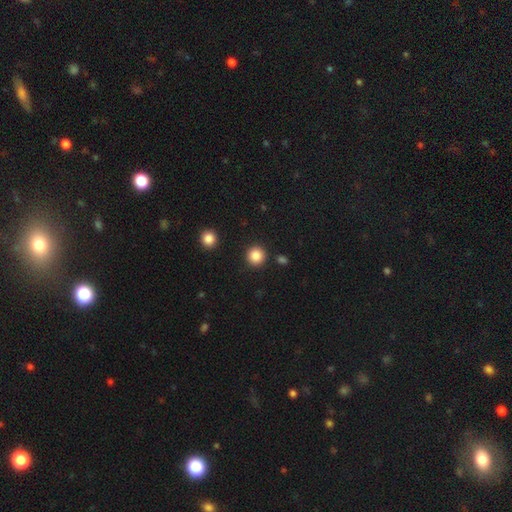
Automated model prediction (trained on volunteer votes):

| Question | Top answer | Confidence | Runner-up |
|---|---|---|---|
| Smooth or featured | smooth | 86% | star or artifact (10%) |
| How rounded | round | 94% | in between (5%) |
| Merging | none | 90% | minor disturbance (5%) |